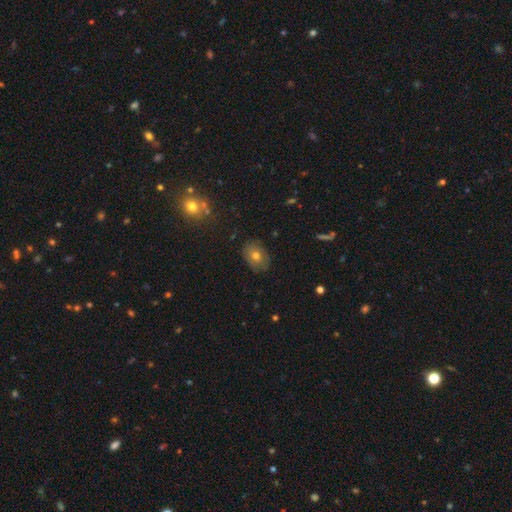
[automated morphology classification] Smooth or featured: smooth — 62% (featured or disk — 25%)
How rounded: in between — 68% (round — 30%)
Merging: none — 83% (minor disturbance — 13%)